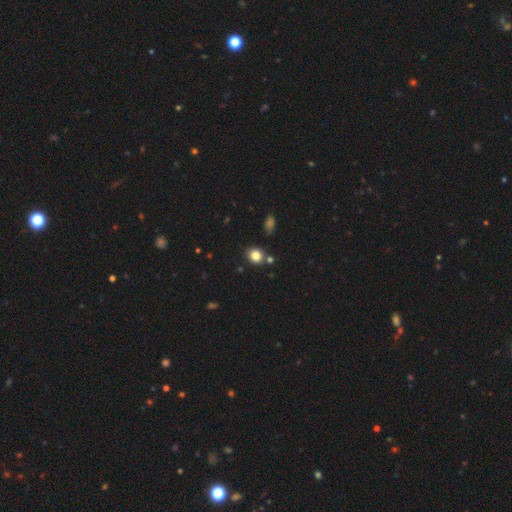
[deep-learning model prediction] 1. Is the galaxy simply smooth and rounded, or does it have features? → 82% smooth, 12% star or artifact, 6% featured or disk.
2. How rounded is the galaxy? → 77% round, 22% in between, 1% cigar-shaped.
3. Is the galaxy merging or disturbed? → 80% none, 9% minor disturbance, 8% merger, 3% major disturbance.